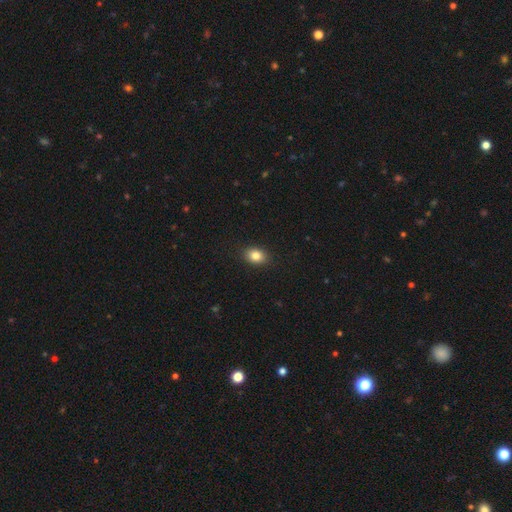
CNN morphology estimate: Smooth or featured: smooth — 84% (star or artifact — 10%)
How rounded: in between — 68% (round — 31%)
Merging: none — 90% (minor disturbance — 7%)